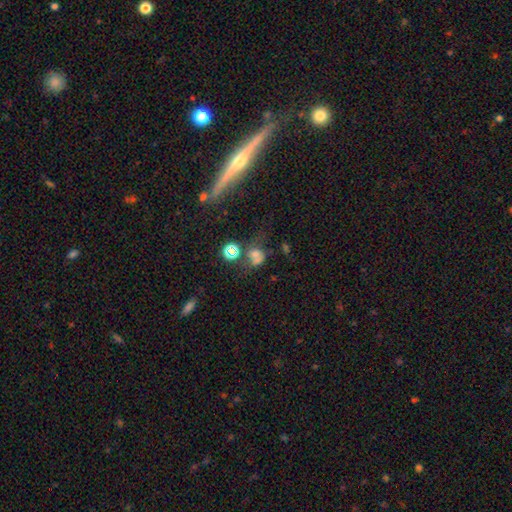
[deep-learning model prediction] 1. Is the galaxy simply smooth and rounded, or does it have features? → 52% smooth, 27% star or artifact, 21% featured or disk.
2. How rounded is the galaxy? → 61% round, 37% in between, 2% cigar-shaped.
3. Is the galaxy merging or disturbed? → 35% none, 27% merger, 20% major disturbance, 17% minor disturbance.